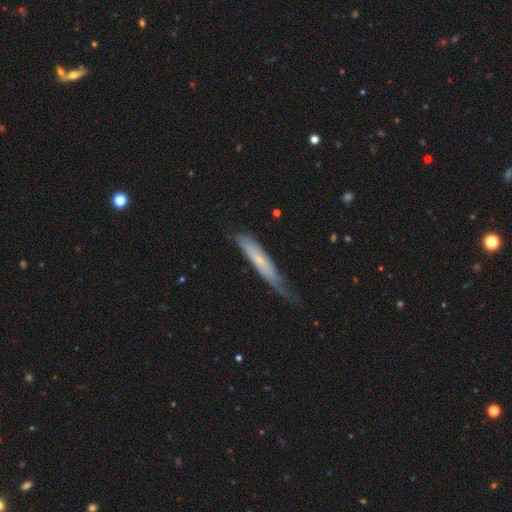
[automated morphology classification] type=featured or disk (47%); merging=none (55%).